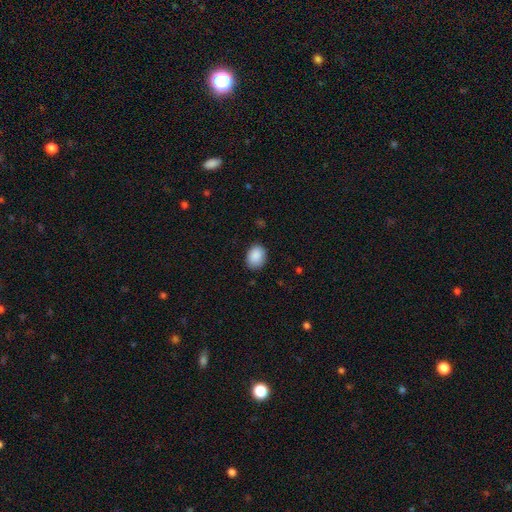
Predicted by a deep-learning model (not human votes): This is clearly a smooth galaxy (89%). How rounded: likely in between (64%). Merging: clearly none (81%).